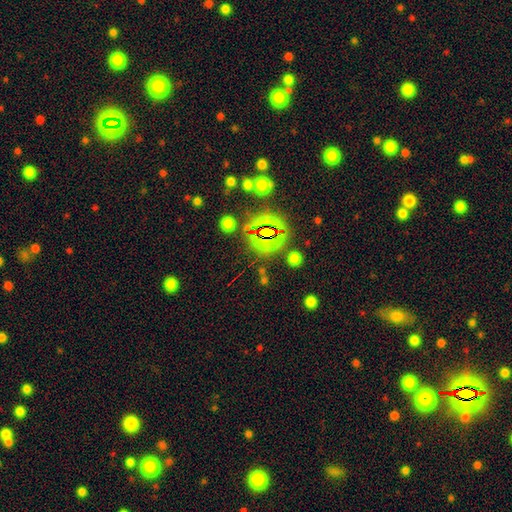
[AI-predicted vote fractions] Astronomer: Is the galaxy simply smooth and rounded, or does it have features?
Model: star or artifact — 72%.